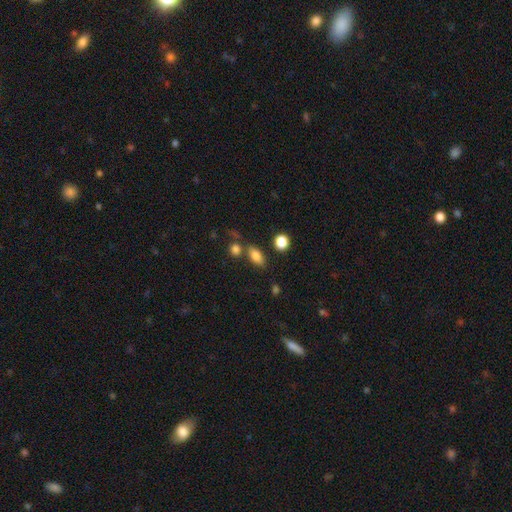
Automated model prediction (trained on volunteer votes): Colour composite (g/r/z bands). It shows a smooth galaxy with no disk features (82%) that is in between round and cigar-shaped (84%). Merging: none (67%).